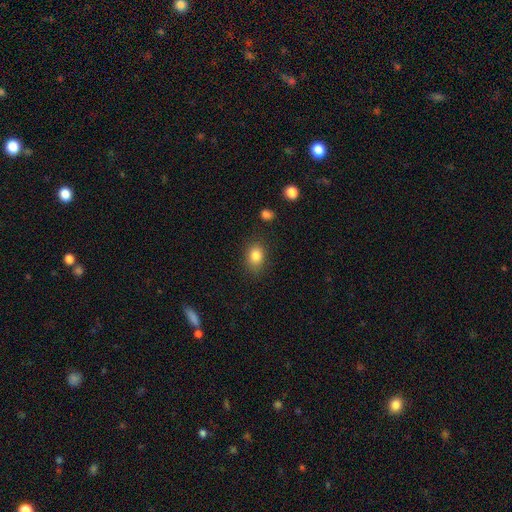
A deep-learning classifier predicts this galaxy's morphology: This appears to be a smooth galaxy with no disk features (83%) that is in between round and cigar-shaped (67%). Merging: none (80%).